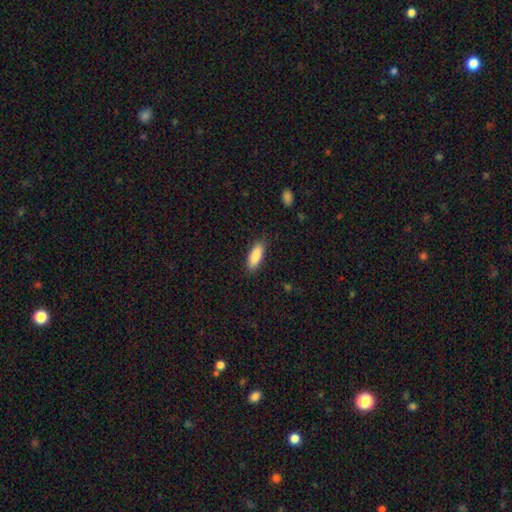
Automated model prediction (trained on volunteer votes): Smooth or featured?
  - smooth: 87% *
  - featured or disk: 7%
  - star or artifact: 6%
How rounded?
  - in between: 67% *
  - cigar-shaped: 32%
  - round: 2%
Merging?
  - none: 85% *
  - minor disturbance: 11%
  - major disturbance: 2%
  - merger: 1%